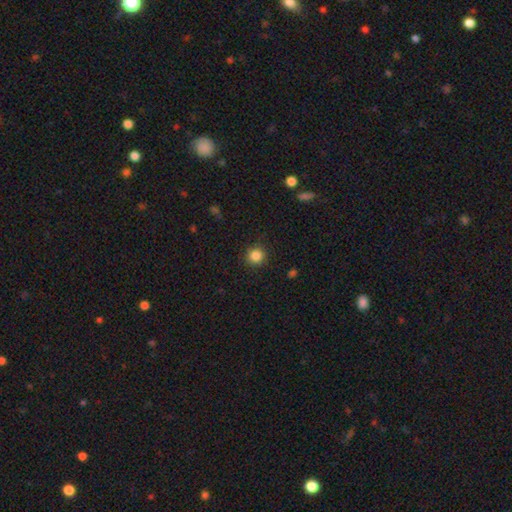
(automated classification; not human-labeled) This appears to be a smooth galaxy with no disk features (86%) that is round (94%). Merging: none (90%).